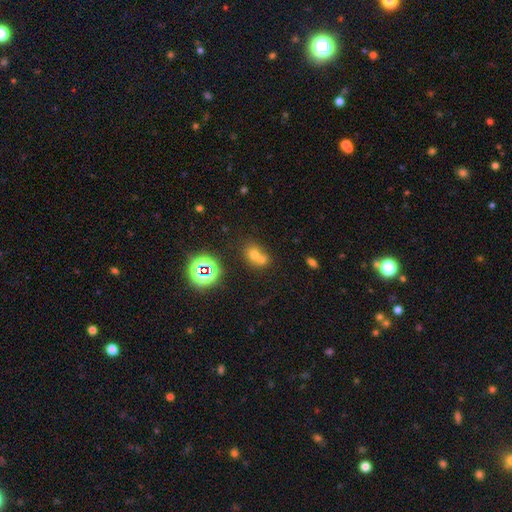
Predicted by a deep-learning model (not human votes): smooth_or_featured: smooth (p=0.61) [alt: star or artifact p=0.23]
how_rounded: round (p=0.68) [alt: in between p=0.30]
merging: merger (p=0.59) [alt: none p=0.32]